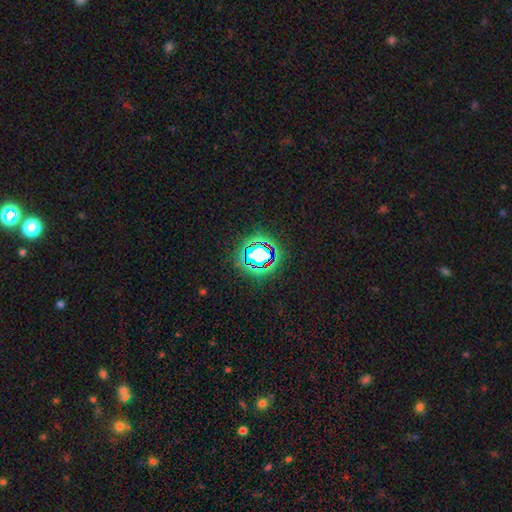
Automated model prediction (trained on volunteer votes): smooth-or-featured: star or artifact: 64% | smooth: 24% | featured or disk: 13%